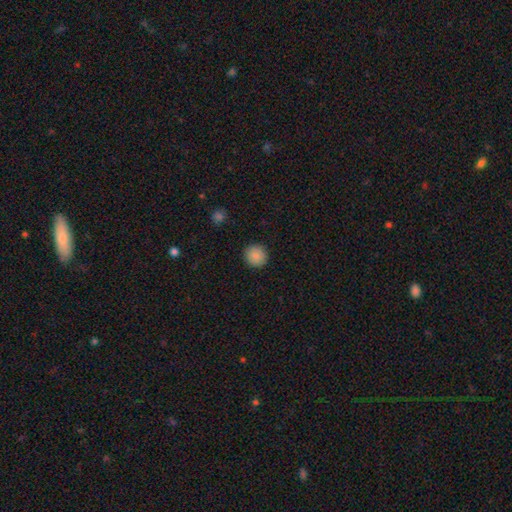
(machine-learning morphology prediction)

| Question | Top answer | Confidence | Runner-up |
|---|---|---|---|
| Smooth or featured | smooth | 87% | star or artifact (9%) |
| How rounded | round | 93% | in between (6%) |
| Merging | none | 92% | minor disturbance (6%) |